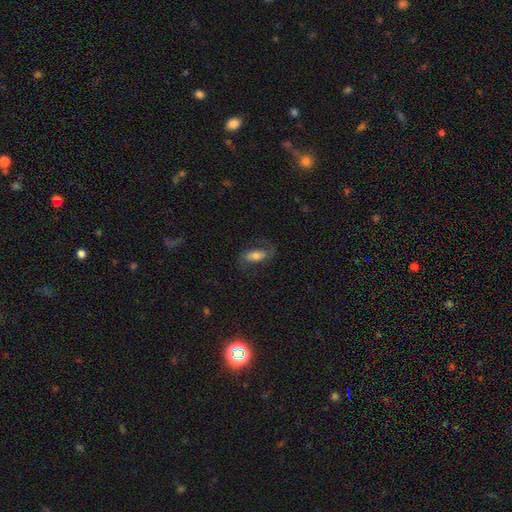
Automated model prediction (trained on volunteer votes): A featured or disk galaxy (51%). Merging: none (68%).